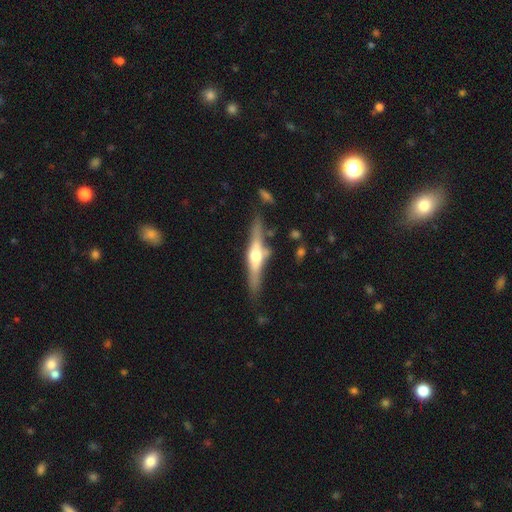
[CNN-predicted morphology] featured or disk 69%, smooth 25%, star or artifact 6%. Down the decision tree: edge-on disk — yes (96%); edge-on bulge — rounded (92%); merging — none (78%).